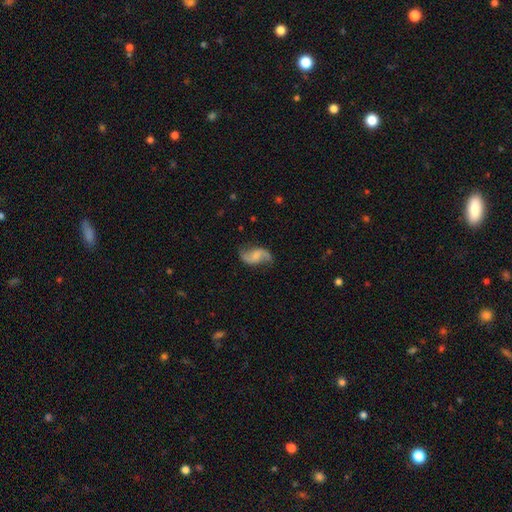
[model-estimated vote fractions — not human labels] Smooth or featured?
  - featured or disk: 82% *
  - smooth: 12%
  - star or artifact: 6%
Edge-on disk?
  - no: 97% *
  - yes: 3%
Bar?
  - no: 46% *
  - weak: 42%
  - strong: 12%
Spiral arms?
  - yes: 96% *
  - no: 4%
Spiral winding?
  - loose: 75% *
  - medium: 20%
  - tight: 5%
Spiral arm count?
  - 2: 93% *
  - can't tell: 2%
  - 1: 2%
  - 3: 1%
  - 4: 1%
  - more than 4: 1%
Bulge size?
  - small: 47% *
  - none: 25%
  - moderate: 24%
  - large: 3%
  - dominant: 1%
Merging?
  - none: 76% *
  - minor disturbance: 16%
  - major disturbance: 6%
  - merger: 2%